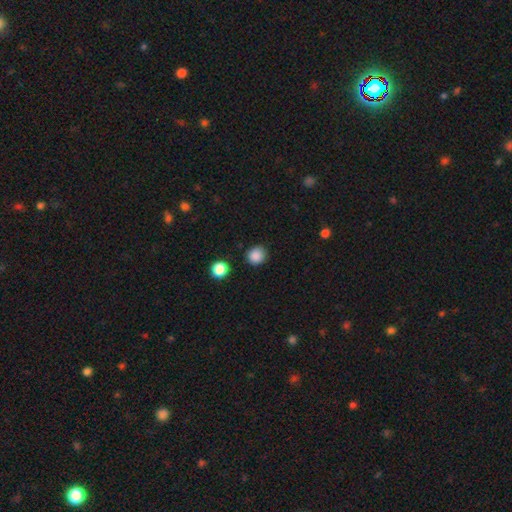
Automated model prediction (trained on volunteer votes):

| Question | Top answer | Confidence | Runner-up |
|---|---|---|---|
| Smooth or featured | smooth | 86% | star or artifact (11%) |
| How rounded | round | 90% | in between (9%) |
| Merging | none | 86% | minor disturbance (10%) |